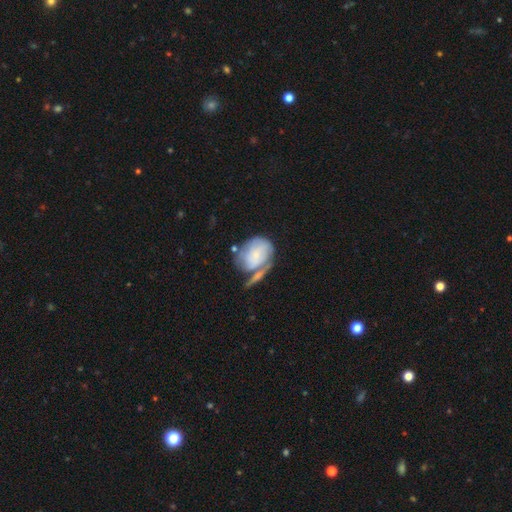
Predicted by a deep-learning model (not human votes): Q: Smooth or featured?
A: smooth (52%); runner-up: featured or disk (41%)
Q: How rounded?
A: in between (54%); runner-up: round (44%)
Q: Merging?
A: none (32%); tied with: merger (32%)